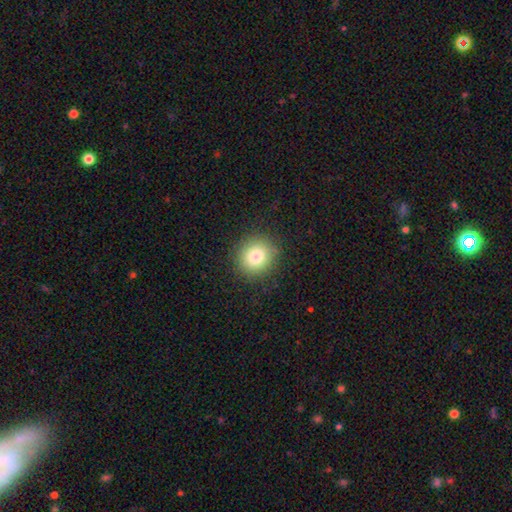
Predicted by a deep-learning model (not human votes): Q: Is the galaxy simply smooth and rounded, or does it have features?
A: smooth — 81%.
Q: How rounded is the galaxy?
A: round — 86%.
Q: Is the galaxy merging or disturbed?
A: none — 89%.